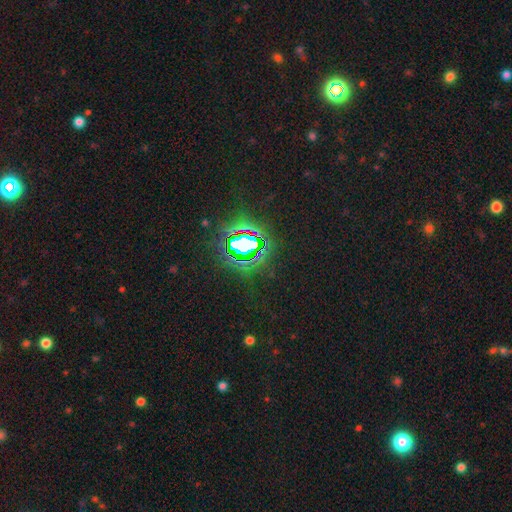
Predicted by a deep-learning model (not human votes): Morphology: type=star or artifact (84%).